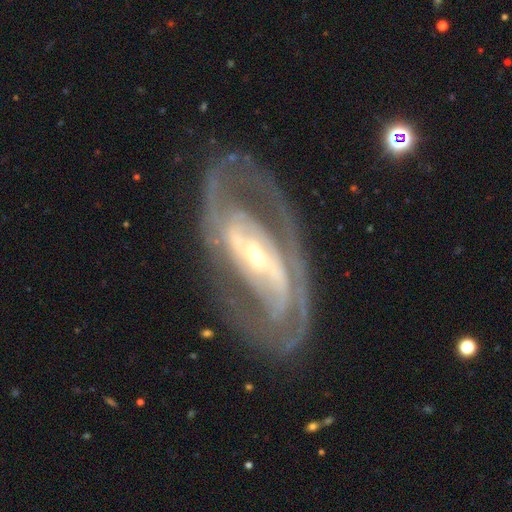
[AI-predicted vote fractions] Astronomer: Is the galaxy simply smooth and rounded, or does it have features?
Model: featured or disk — 88%.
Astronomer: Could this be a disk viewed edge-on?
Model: no — 93%.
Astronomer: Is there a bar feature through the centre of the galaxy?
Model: strong — 53%.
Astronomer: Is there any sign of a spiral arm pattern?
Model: yes — 90%.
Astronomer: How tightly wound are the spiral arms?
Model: tight — 49% (runner-up: medium, 38%).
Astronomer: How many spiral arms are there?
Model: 2 — 61%.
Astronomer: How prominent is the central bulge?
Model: small — 68%.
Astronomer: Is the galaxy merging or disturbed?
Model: none — 74%.